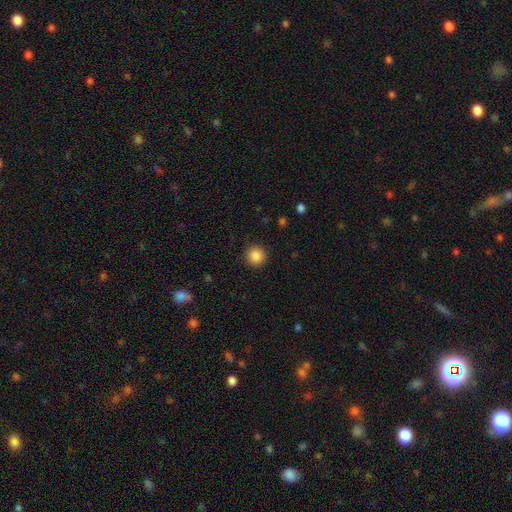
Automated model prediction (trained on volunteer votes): smooth 86%, star or artifact 10%, featured or disk 4%. Down the decision tree: how rounded — round (94%); merging — none (92%).